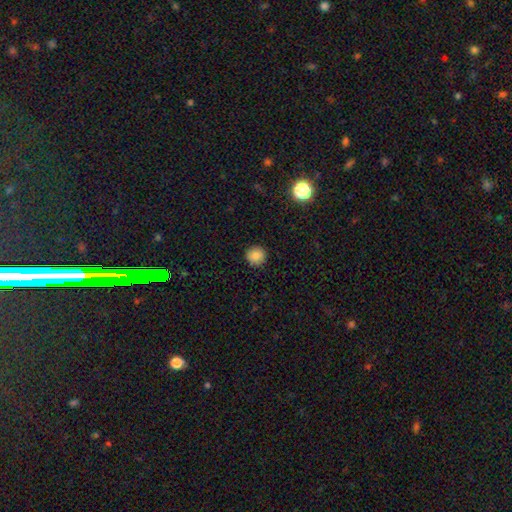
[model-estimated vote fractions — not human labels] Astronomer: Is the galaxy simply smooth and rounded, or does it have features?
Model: smooth — 83%.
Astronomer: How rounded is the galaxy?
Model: round — 94%.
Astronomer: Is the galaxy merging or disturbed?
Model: none — 91%.